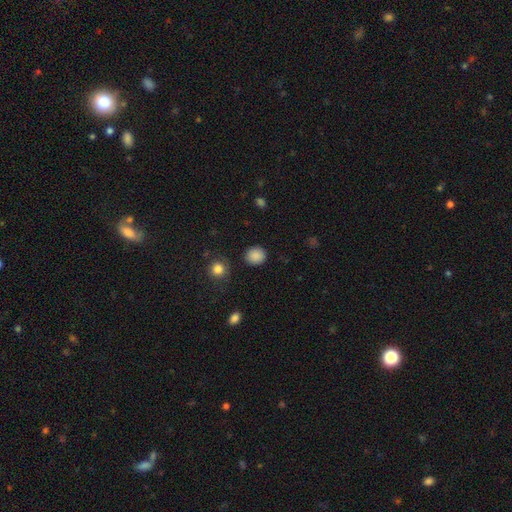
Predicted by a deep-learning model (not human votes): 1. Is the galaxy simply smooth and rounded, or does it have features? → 87% smooth, 9% star or artifact, 3% featured or disk.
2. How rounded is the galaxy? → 84% round, 15% in between, 1% cigar-shaped.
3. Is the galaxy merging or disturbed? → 89% none, 7% minor disturbance, 3% major disturbance, 1% merger.